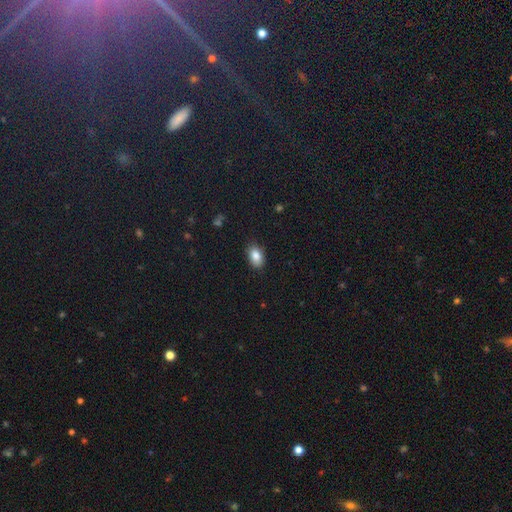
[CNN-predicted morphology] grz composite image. It shows a smooth galaxy with no disk features (85%) that is in between round and cigar-shaped (87%). Merging: none (83%).